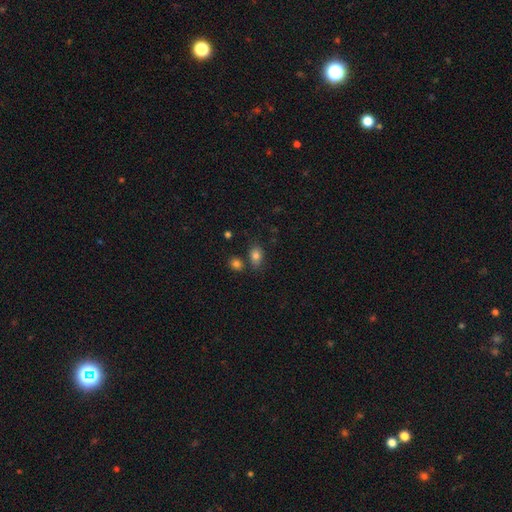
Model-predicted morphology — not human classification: smooth_or_featured: smooth (p=0.82) [alt: star or artifact p=0.11]
how_rounded: in between (p=0.79) [alt: round p=0.19]
merging: none (p=0.69) [alt: minor disturbance p=0.14]